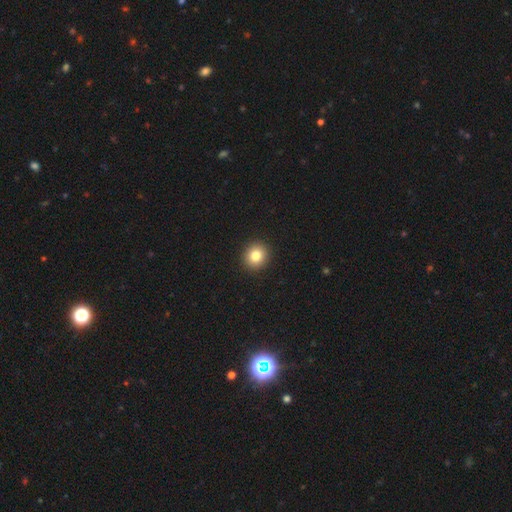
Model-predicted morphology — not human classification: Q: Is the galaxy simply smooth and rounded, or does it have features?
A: smooth — 82%.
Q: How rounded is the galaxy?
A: round — 85%.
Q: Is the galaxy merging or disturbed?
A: none — 93%.